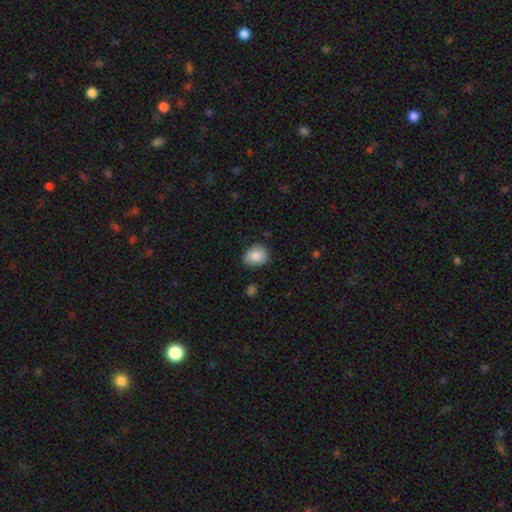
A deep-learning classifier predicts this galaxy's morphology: Overall: smooth (84%). How rounded: in between (50%; round 49%). Merging: none (77%).